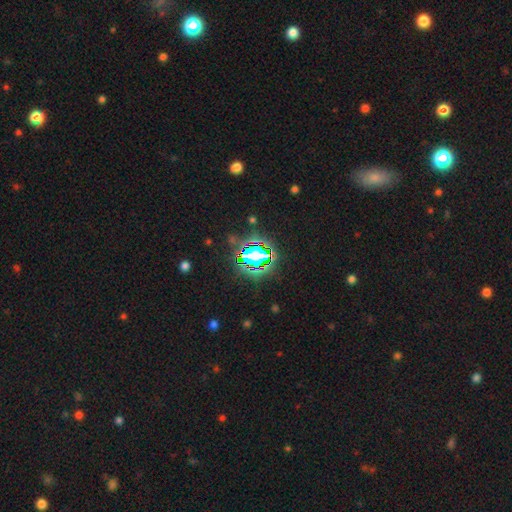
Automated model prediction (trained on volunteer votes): A star or artifact, not a galaxy (70%).